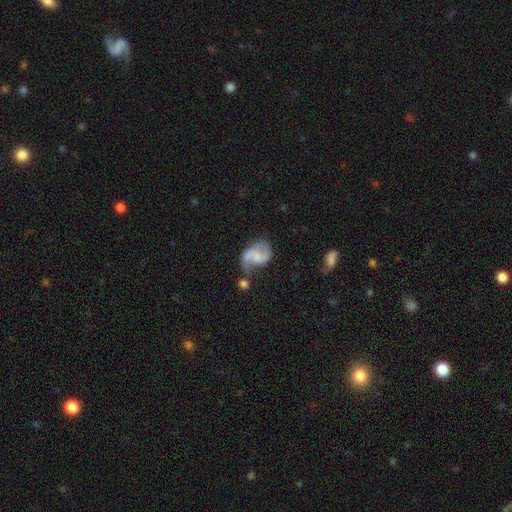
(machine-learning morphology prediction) A featured or disk galaxy (76%) with no bar (48%), 2 (85%) loose (49%) spiral arms (93%) and no central bulge (45%). Merging: none (46%).